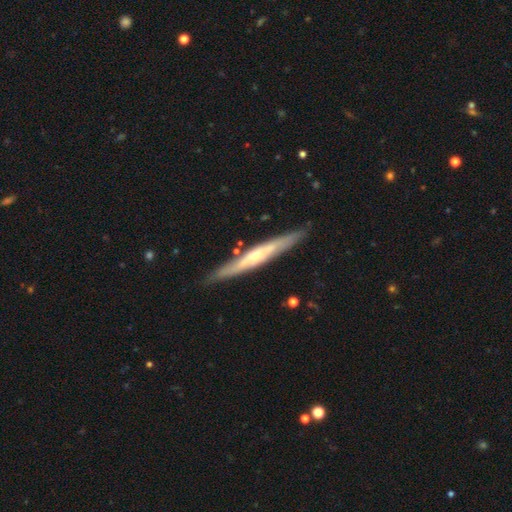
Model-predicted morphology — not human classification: Overall: featured or disk (66%; smooth 29%). Edge-on disk: yes (91%). Edge-on bulge: rounded (65%; none 30%). Merging: none (86%).